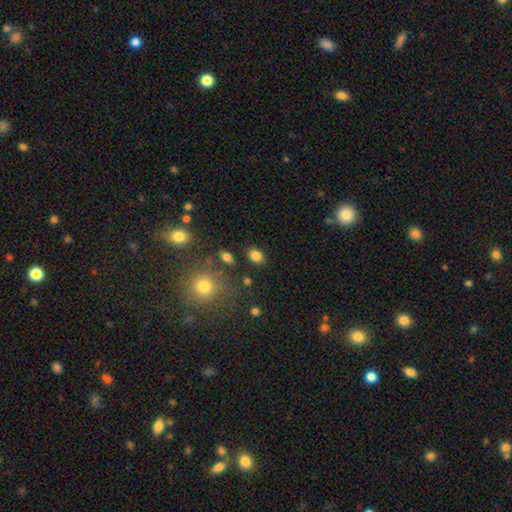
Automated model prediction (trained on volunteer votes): A smooth galaxy with no disk features (83%) that is in between round and cigar-shaped (66%). Merging: none (82%).